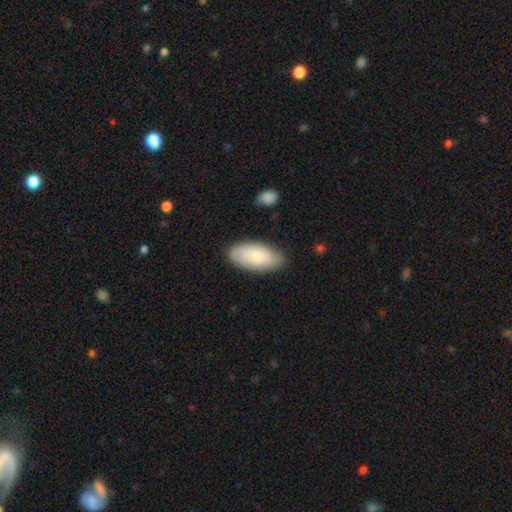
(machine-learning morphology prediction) Smooth or featured? smooth (78%)
How rounded? in between (94%)
Merging? none (83%)